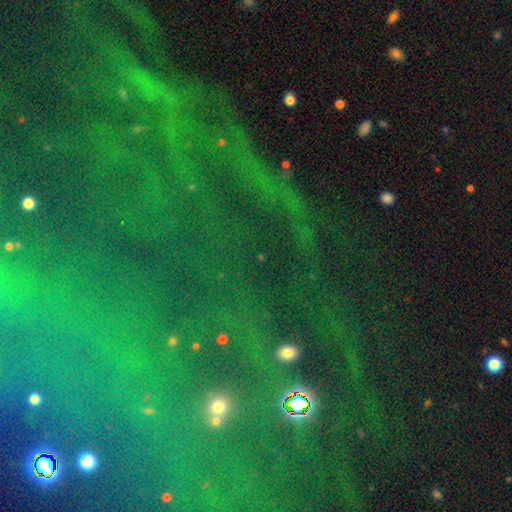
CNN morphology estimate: The model was most divided on "smooth or featured": star or artifact: 82%, featured or disk: 9%, smooth: 9%.